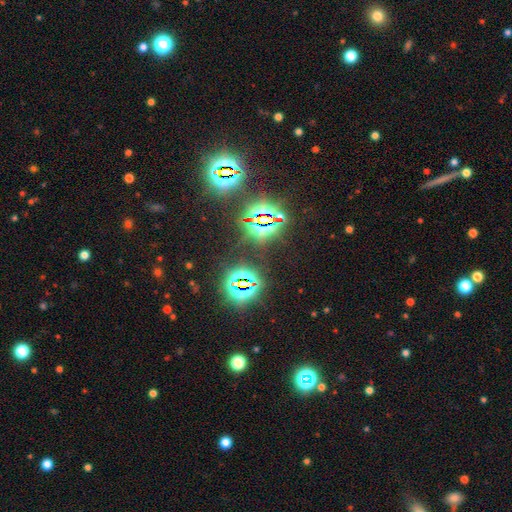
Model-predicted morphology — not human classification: Smooth or featured? star or artifact (83%)